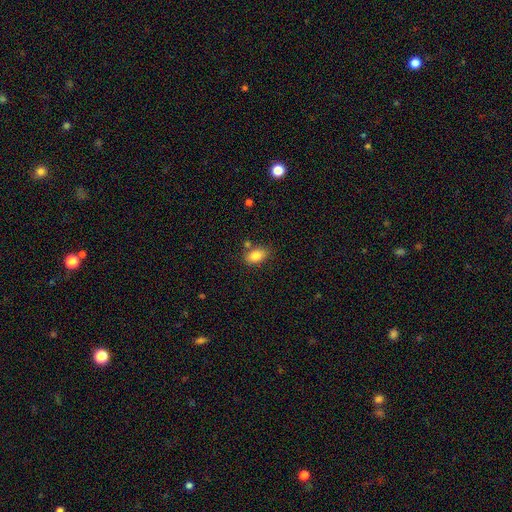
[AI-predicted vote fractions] Smooth or featured: smooth — 84% (star or artifact — 8%)
How rounded: in between — 88% (round — 10%)
Merging: none — 75% (minor disturbance — 13%)